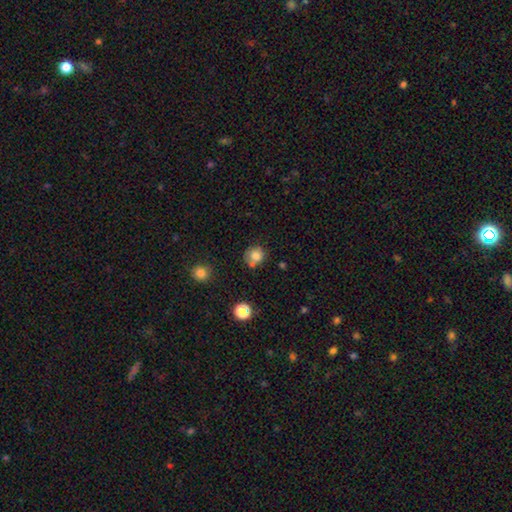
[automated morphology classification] This is likely a smooth galaxy (77%). How rounded: clearly round (83%). Merging: possibly none (58%).